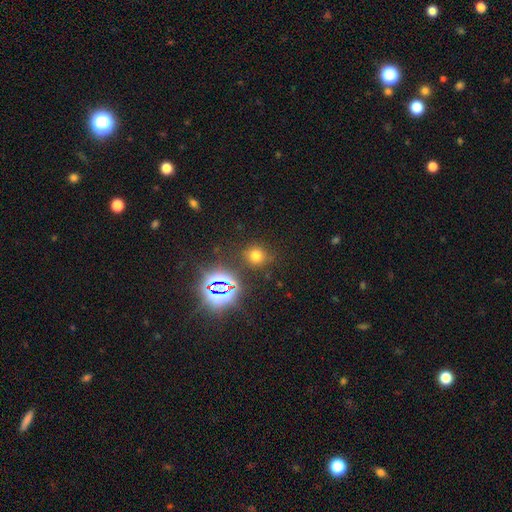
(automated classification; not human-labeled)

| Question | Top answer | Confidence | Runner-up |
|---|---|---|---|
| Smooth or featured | smooth | 64% | star or artifact (29%) |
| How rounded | round | 84% | in between (15%) |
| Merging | none | 81% | minor disturbance (11%) |